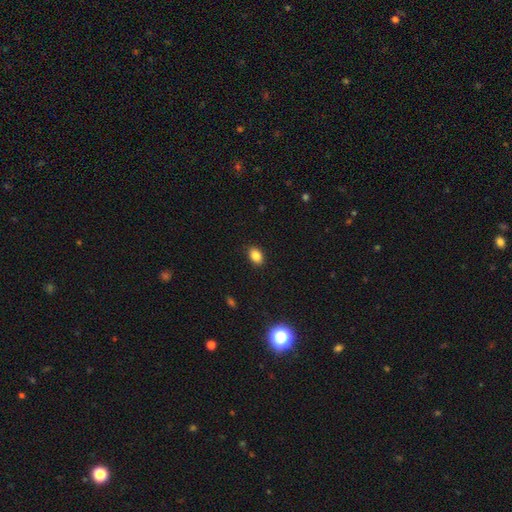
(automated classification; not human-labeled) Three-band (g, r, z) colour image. It shows a smooth galaxy with no disk features (85%) that is in between round and cigar-shaped (78%). Merging: none (89%).